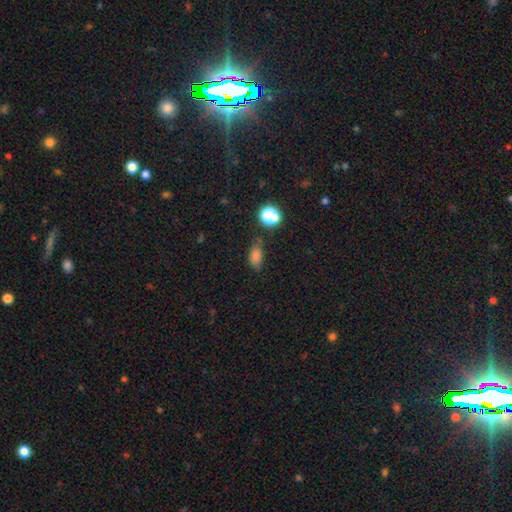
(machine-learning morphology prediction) type=smooth (76%); roundness=in between (80%); merging=none (71%).